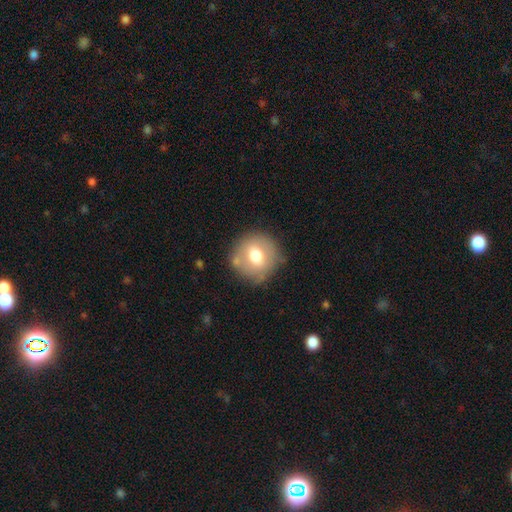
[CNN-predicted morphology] The model was most divided on "smooth or featured": smooth: 65%, featured or disk: 26%, star or artifact: 9%. More confident: how rounded — round (89%); merging — none (75%).